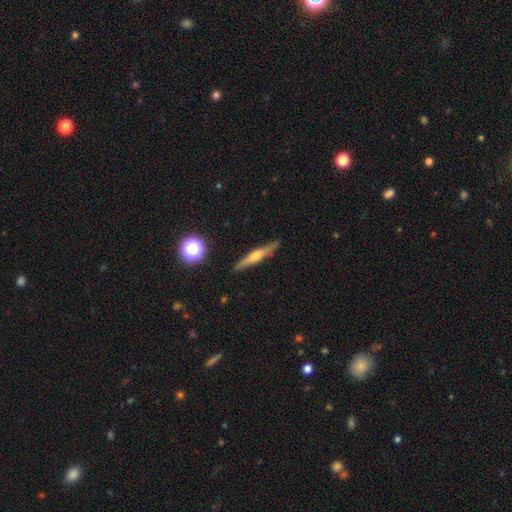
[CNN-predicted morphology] featured or disk 60%, smooth 33%, star or artifact 7%. Down the decision tree: edge-on disk — yes (96%); edge-on bulge — rounded (82%); merging — none (88%).